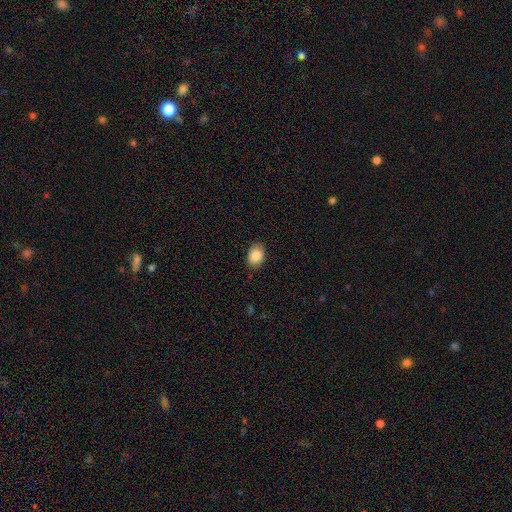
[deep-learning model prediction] smooth-or-featured: smooth: 88% | star or artifact: 8% | featured or disk: 4%
  how-rounded: in between: 69% | round: 30% | cigar-shaped: 1%
  merging: none: 83% | minor disturbance: 13% | major disturbance: 3% | merger: 1%